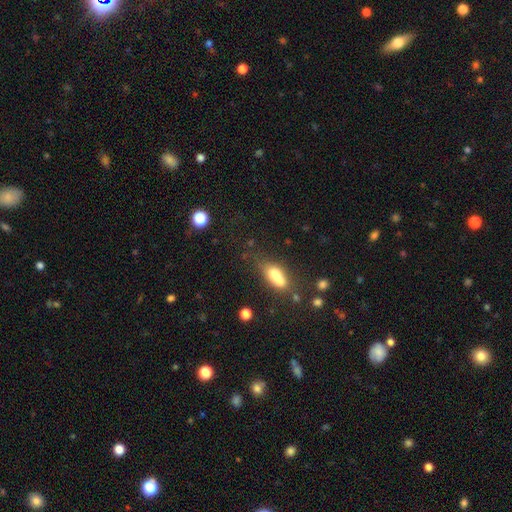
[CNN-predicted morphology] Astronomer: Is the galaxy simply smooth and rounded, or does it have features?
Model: smooth — 57%.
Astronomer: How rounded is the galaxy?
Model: in between — 65%.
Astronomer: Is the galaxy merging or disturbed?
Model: none — 65%.